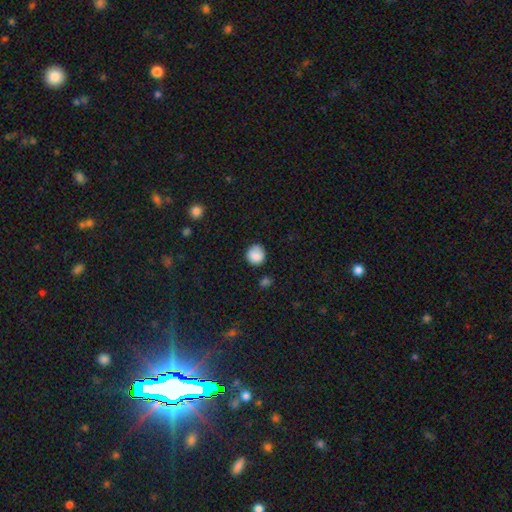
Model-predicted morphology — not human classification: A smooth galaxy with no disk features (86%) that is round (87%). Merging: none (78%).